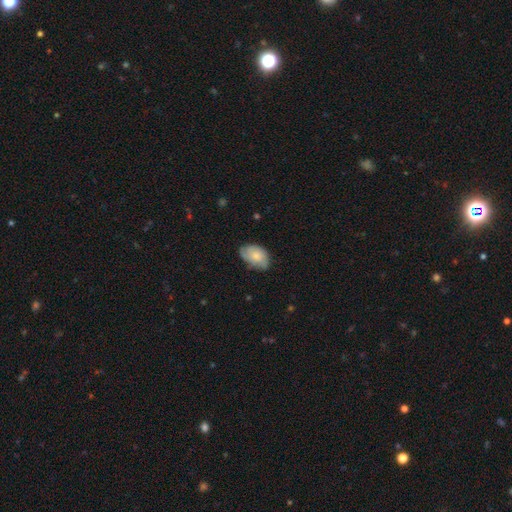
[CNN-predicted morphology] smooth 64%, featured or disk 29%, star or artifact 6%. Down the decision tree: how rounded — in between (89%); merging — none (64%).